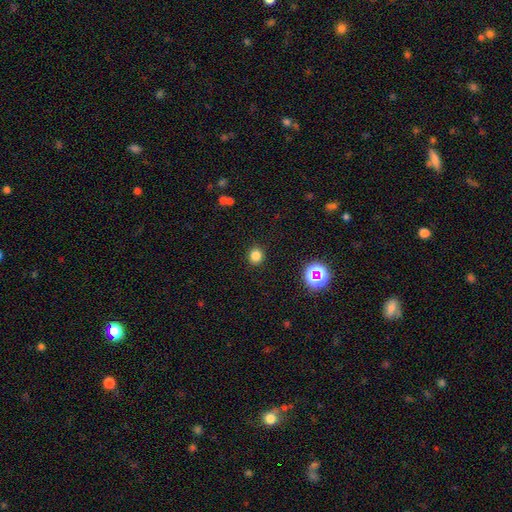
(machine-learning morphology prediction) smooth_or_featured: smooth (p=0.80) [alt: star or artifact p=0.16]
how_rounded: round (p=0.86) [alt: in between p=0.13]
merging: none (p=0.91) [alt: minor disturbance p=0.05]